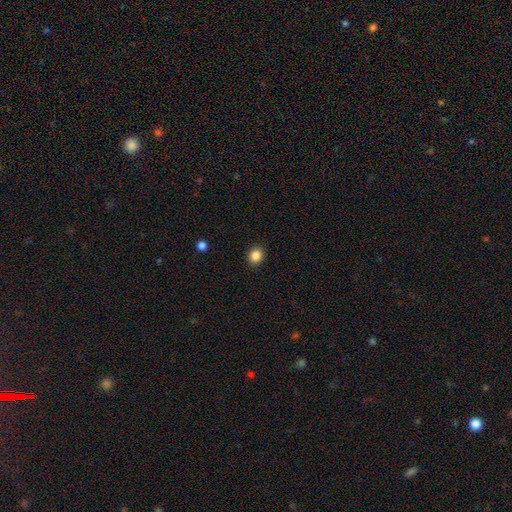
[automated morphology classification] Q: Smooth or featured?
A: smooth (86%); runner-up: star or artifact (10%)
Q: How rounded?
A: round (71%); runner-up: in between (28%)
Q: Merging?
A: none (90%); runner-up: minor disturbance (7%)